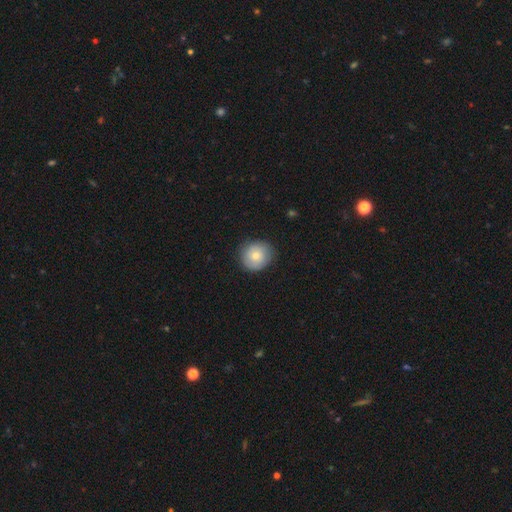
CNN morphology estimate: This is likely a smooth galaxy (72%). How rounded: clearly round (86%). Merging: clearly none (83%).